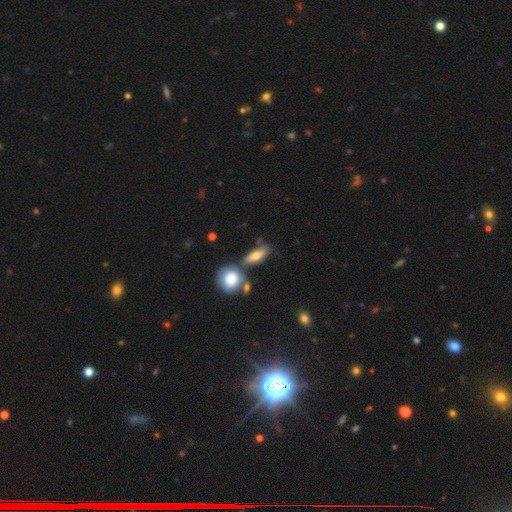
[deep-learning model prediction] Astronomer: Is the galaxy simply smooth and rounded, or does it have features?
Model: smooth — 69%.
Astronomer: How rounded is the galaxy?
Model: in between — 63%.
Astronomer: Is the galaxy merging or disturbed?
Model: none — 58%.